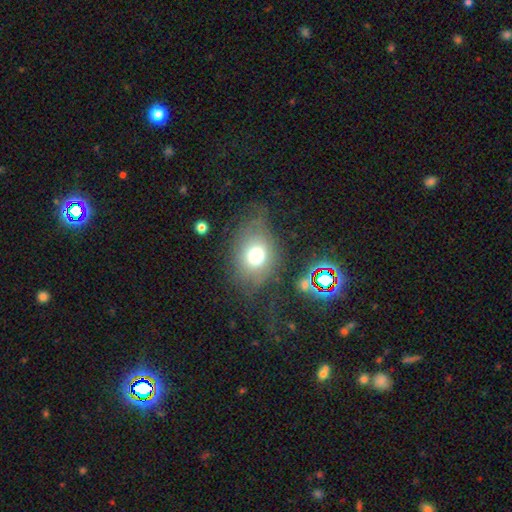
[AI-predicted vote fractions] A smooth galaxy with no disk features (63%) that is in between round and cigar-shaped (57%).

Vote fractions:
- Smooth or featured? smooth: 63% / featured or disk: 23% / star or artifact: 14%
- How rounded? in between: 57% / round: 42% / cigar-shaped: 1%
- Merging? none: 54% / minor disturbance: 22% / major disturbance: 21% / merger: 3%